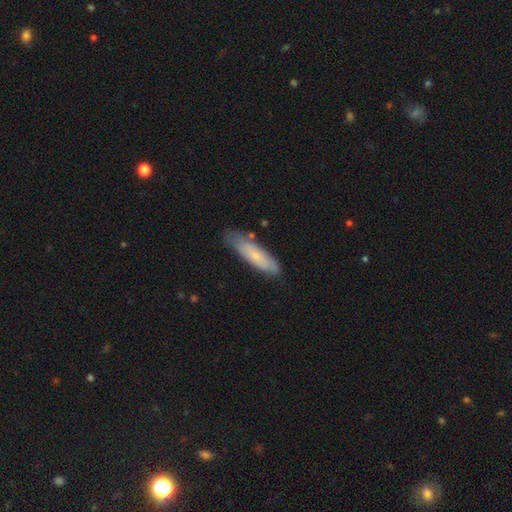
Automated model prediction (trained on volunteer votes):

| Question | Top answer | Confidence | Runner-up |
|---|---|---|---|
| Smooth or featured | smooth | 64% | featured or disk (30%) |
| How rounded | cigar-shaped | 65% | in between (34%) |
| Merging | none | 70% | minor disturbance (23%) |